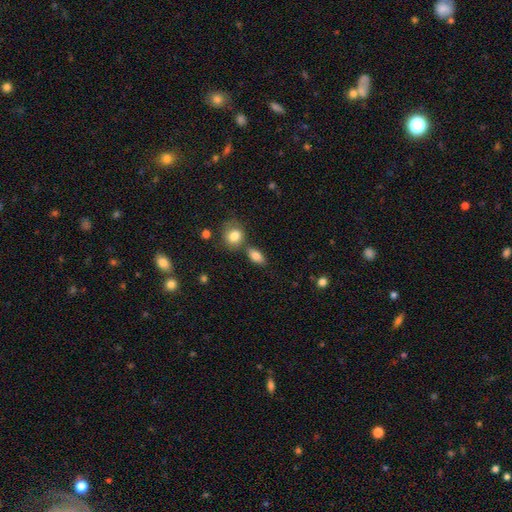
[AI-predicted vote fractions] Smooth or featured? Predicted: smooth (p=0.84). How rounded? Predicted: in between (p=0.85). Merging? Predicted: none (p=0.65).